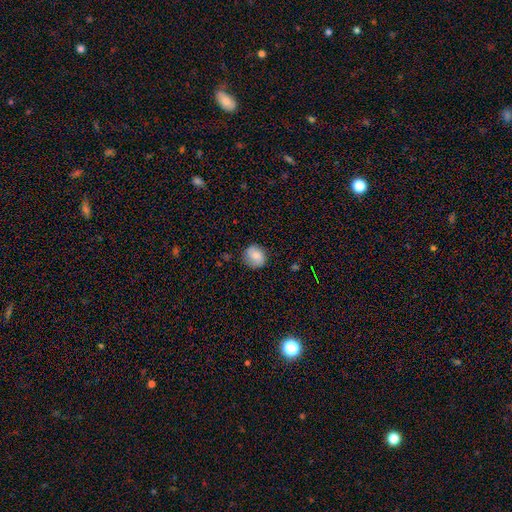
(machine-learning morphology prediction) Smooth or featured? smooth (79%)
How rounded? round (79%)
Merging? none (81%)